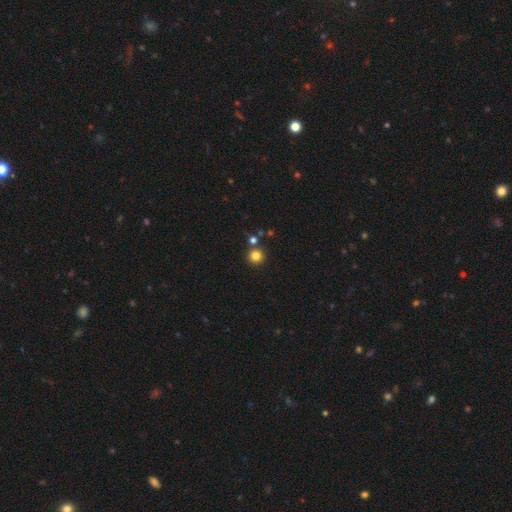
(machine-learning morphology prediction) Q: Smooth or featured?
A: smooth (82%); runner-up: star or artifact (13%)
Q: How rounded?
A: round (95%); runner-up: in between (4%)
Q: Merging?
A: none (83%); runner-up: merger (9%)